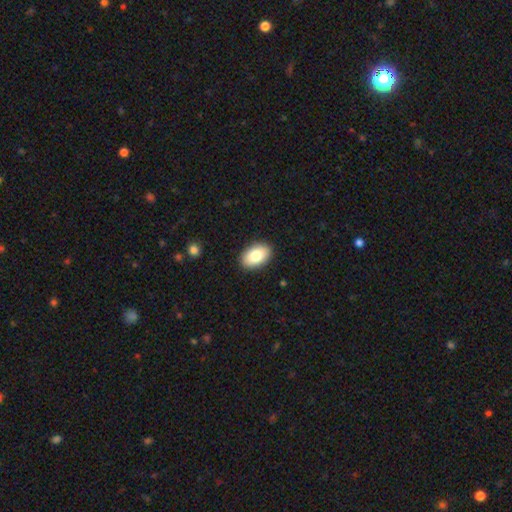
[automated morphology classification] smooth_or_featured: smooth (p=0.81) [alt: featured or disk p=0.12]
how_rounded: in between (p=0.90) [alt: round p=0.09]
merging: none (p=0.89) [alt: minor disturbance p=0.08]